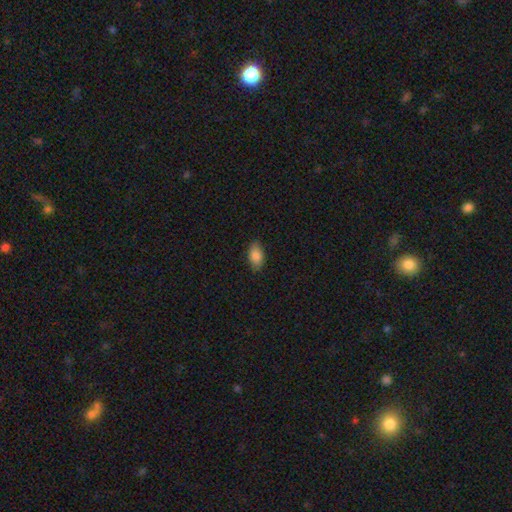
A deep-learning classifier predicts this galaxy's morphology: Smooth or featured? smooth (86%)
How rounded? in between (92%)
Merging? none (85%)